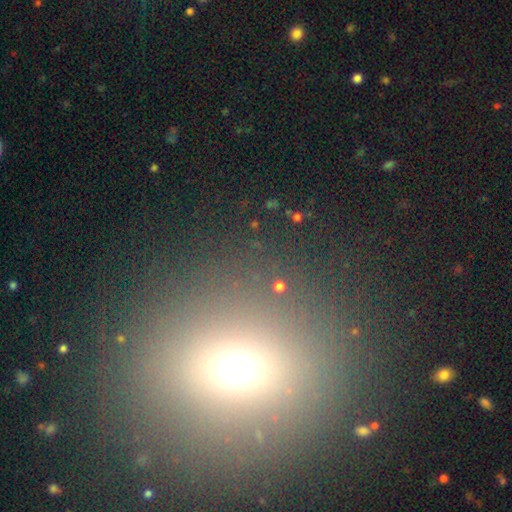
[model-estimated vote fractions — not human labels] Q: Smooth or featured?
A: smooth (55%); runner-up: star or artifact (35%)
Q: How rounded?
A: round (73%); runner-up: in between (25%)
Q: Merging?
A: none (85%); runner-up: minor disturbance (7%)